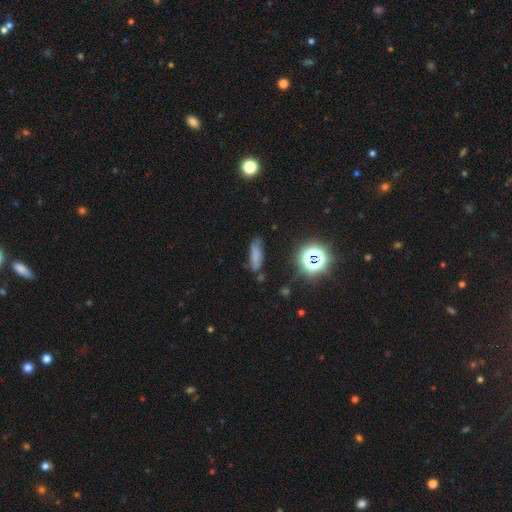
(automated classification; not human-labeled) This appears to be a smooth galaxy with no disk features (63%) that is in between round and cigar-shaped (50%). Merging: none (61%).